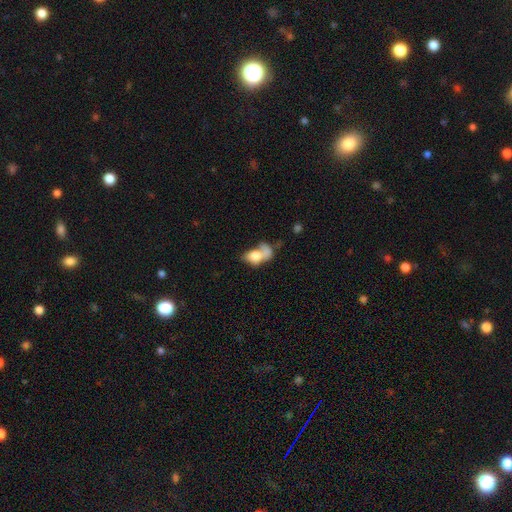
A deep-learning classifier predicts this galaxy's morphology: smooth_or_featured: smooth (p=0.65) [alt: featured or disk p=0.26]
how_rounded: in between (p=0.80) [alt: round p=0.17]
merging: merger (p=0.45) [alt: major disturbance p=0.24]